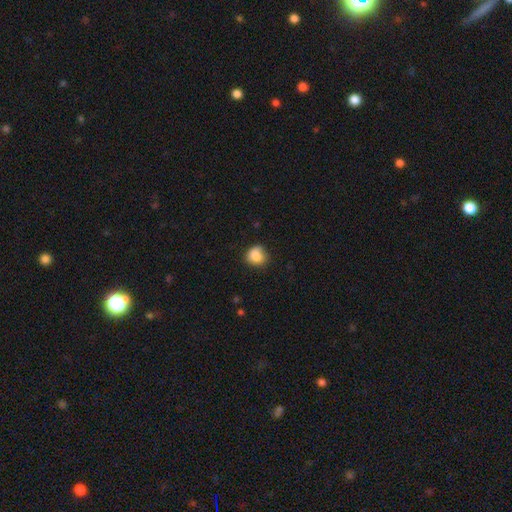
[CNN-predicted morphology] smooth 84%, star or artifact 9%, featured or disk 7%. Down the decision tree: how rounded — round (73%); merging — none (60%).